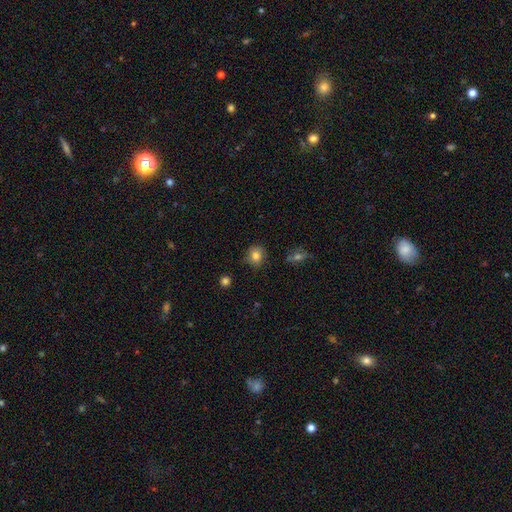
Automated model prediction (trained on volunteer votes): Q: Smooth or featured?
A: smooth (81%); runner-up: star or artifact (11%)
Q: How rounded?
A: round (82%); runner-up: in between (17%)
Q: Merging?
A: none (81%); runner-up: minor disturbance (14%)